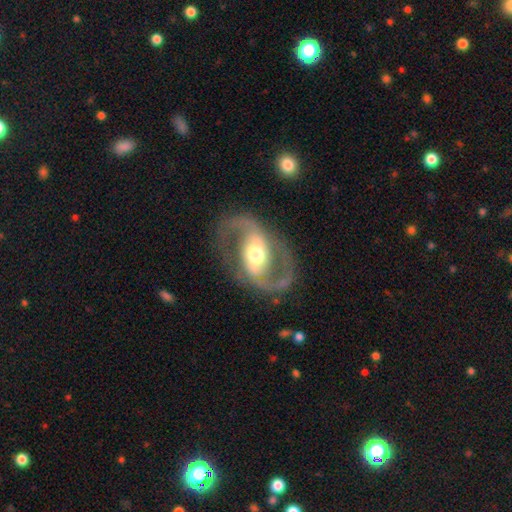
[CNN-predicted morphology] Smooth or featured? Predicted: featured or disk (p=0.87). Edge-on disk? Predicted: no (p=0.96). Bar? Predicted: no (p=0.35). Spiral arms? Predicted: yes (p=0.89). Spiral winding? Predicted: medium (p=0.56). Spiral arm count? Predicted: 2 (p=0.93). Bulge size? Predicted: moderate (p=0.63). Merging? Predicted: none (p=0.79).